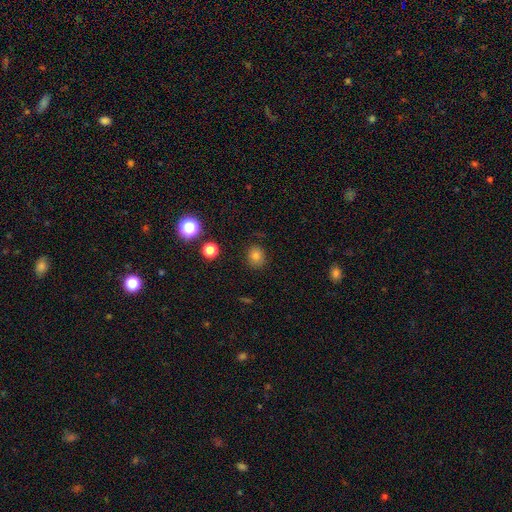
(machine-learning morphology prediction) This appears to be a smooth galaxy with no disk features (78%) that is round (68%). Merging: none (82%).